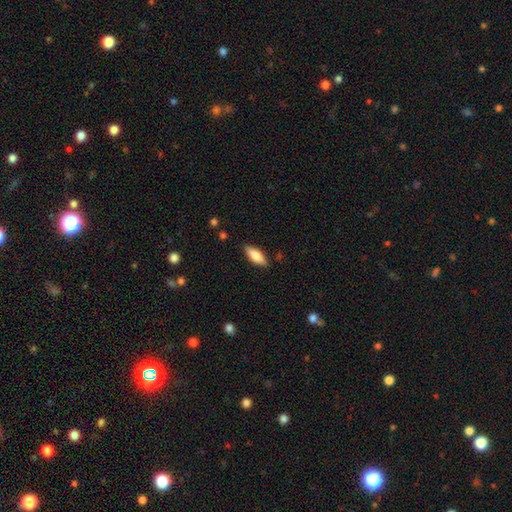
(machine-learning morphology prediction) This is likely a smooth galaxy (75%). How rounded: likely in between (67%). Merging: clearly none (86%).